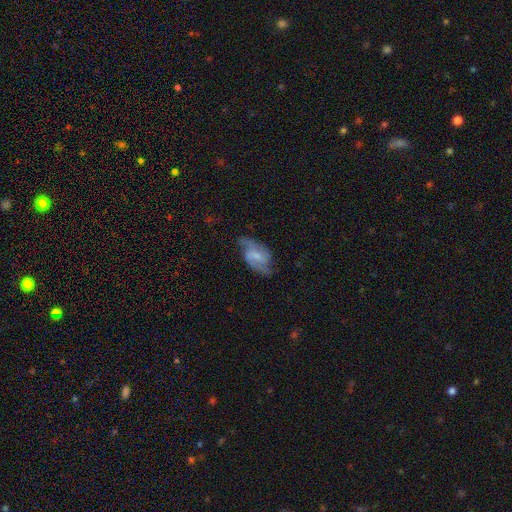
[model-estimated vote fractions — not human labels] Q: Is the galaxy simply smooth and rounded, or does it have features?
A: featured or disk — 77%.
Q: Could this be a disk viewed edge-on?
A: no — 97%.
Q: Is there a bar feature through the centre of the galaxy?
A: weak — 54%.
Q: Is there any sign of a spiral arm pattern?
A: yes — 94%.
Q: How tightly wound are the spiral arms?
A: medium — 48%.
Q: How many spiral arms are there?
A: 2 — 87%.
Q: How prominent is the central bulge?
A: small — 40%.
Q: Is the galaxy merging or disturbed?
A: none — 69%.